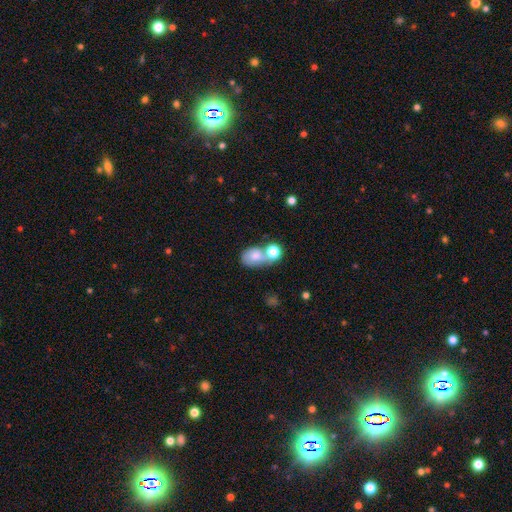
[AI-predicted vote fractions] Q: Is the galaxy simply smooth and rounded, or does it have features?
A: smooth — 70%.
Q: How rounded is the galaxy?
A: in between — 69%.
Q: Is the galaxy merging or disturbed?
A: merger — 46%.